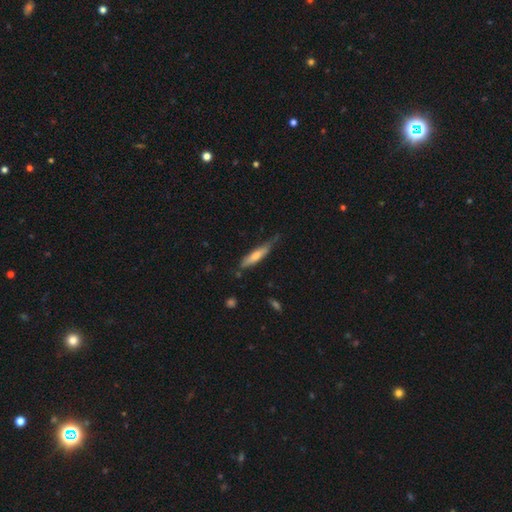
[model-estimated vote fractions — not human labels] A smooth galaxy with no disk features (57%) that is cigar-shaped (83%).

Vote fractions:
- Smooth or featured? smooth: 57% / featured or disk: 37% / star or artifact: 6%
- How rounded? cigar-shaped: 83% / in between: 15% / round: 1%
- Merging? none: 57% / minor disturbance: 32% / major disturbance: 8% / merger: 3%